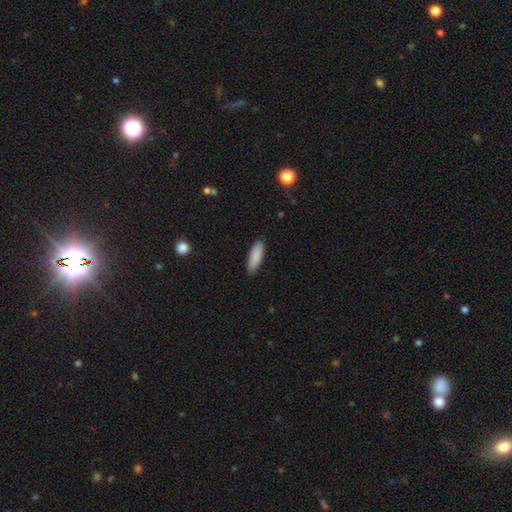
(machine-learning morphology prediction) Q: Smooth or featured?
A: smooth (89%); runner-up: star or artifact (6%)
Q: How rounded?
A: in between (55%); runner-up: cigar-shaped (44%)
Q: Merging?
A: none (87%); runner-up: minor disturbance (10%)